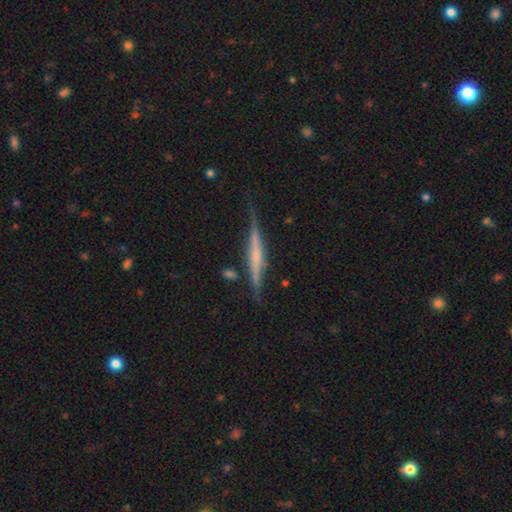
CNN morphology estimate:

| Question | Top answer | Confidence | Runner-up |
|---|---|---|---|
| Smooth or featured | featured or disk | 70% | smooth (24%) |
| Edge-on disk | yes | 97% | no (3%) |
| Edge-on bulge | none | 43% | rounded (39%) |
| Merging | none | 76% | minor disturbance (17%) |